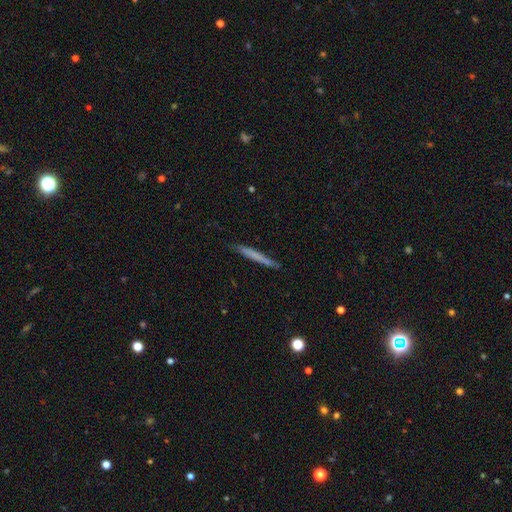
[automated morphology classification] Smooth or featured? smooth (60%)
How rounded? cigar-shaped (96%)
Merging? none (86%)